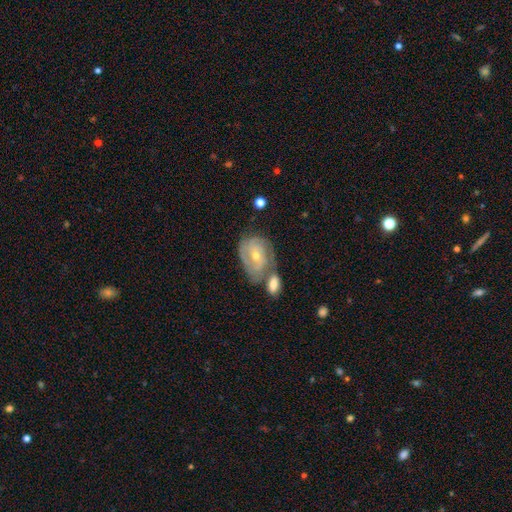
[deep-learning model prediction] featured or disk 74%, smooth 19%, star or artifact 7%. Down the decision tree: edge-on disk — no (96%); bar — no (61%); spiral arms — yes (88%); spiral arm count — 2 (39%); spiral winding — tight (64%); bulge size — small (55%); merging — none (40%).